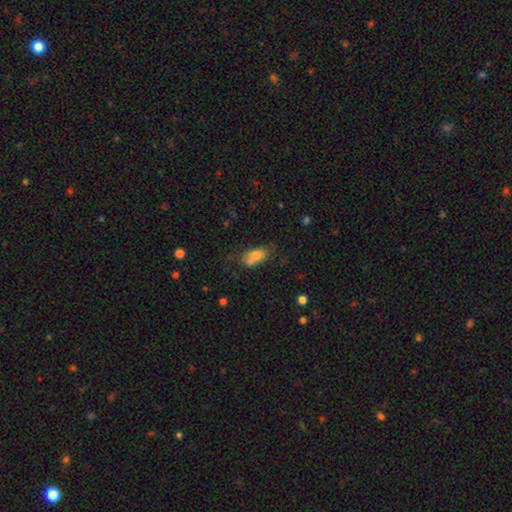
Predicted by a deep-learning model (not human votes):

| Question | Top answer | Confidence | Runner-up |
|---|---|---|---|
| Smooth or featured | smooth | 73% | featured or disk (17%) |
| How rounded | in between | 82% | round (10%) |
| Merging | none | 42% | merger (31%) |